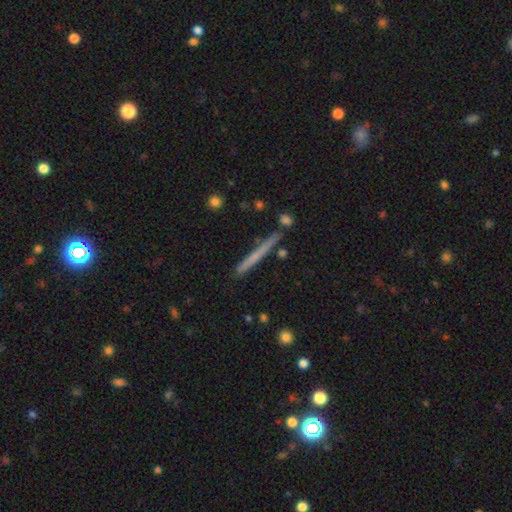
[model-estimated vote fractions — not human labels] Smooth or featured?
  - smooth: 51% *
  - featured or disk: 43%
  - star or artifact: 7%
How rounded?
  - cigar-shaped: 96% *
  - in between: 2%
  - round: 2%
Merging?
  - none: 86% *
  - minor disturbance: 8%
  - merger: 3%
  - major disturbance: 2%